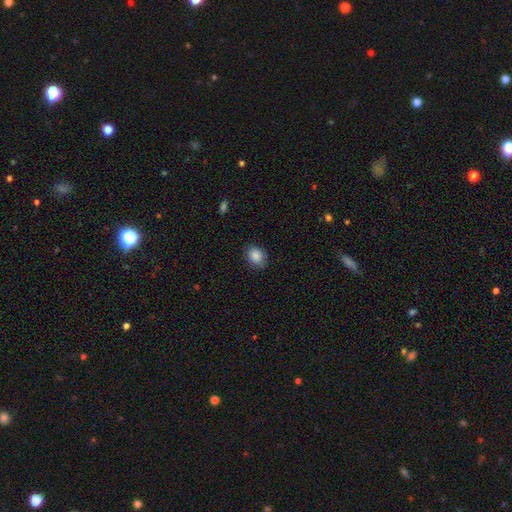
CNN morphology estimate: smooth_or_featured: smooth (p=0.87) [alt: star or artifact p=0.08]
how_rounded: in between (p=0.53) [alt: round p=0.46]
merging: none (p=0.83) [alt: minor disturbance p=0.13]